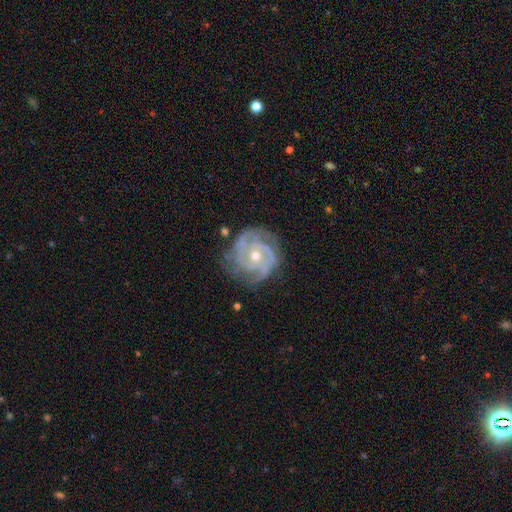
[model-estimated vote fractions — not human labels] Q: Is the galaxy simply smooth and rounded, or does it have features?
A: featured or disk — 91%.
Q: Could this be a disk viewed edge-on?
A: no — 98%.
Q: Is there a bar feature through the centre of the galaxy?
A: no — 70%.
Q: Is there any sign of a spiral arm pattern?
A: yes — 98%.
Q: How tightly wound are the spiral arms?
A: tight — 69%.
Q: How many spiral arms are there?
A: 3 — 45%.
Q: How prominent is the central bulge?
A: moderate — 50%.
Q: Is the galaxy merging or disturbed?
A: none — 77%.